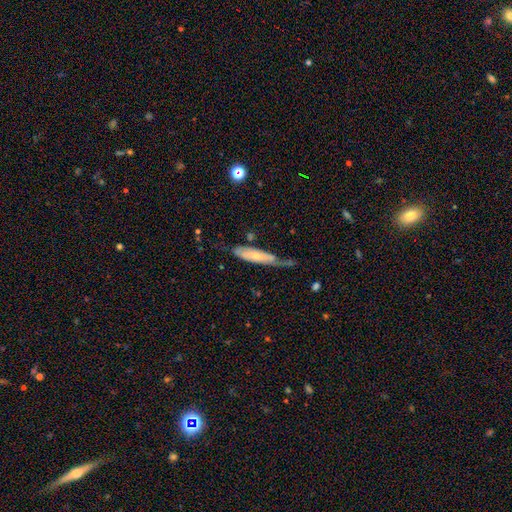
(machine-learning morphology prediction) Overall: featured or disk (53%; smooth 40%). Edge-on disk: no (60%; yes 40%). Merging: none (39%; minor disturbance 32%).